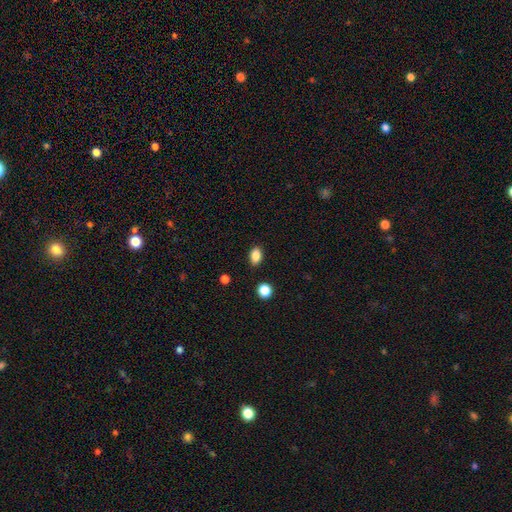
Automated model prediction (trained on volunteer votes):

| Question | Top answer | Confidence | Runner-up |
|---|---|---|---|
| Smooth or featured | smooth | 86% | star or artifact (9%) |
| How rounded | in between | 84% | round (15%) |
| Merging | none | 87% | minor disturbance (9%) |